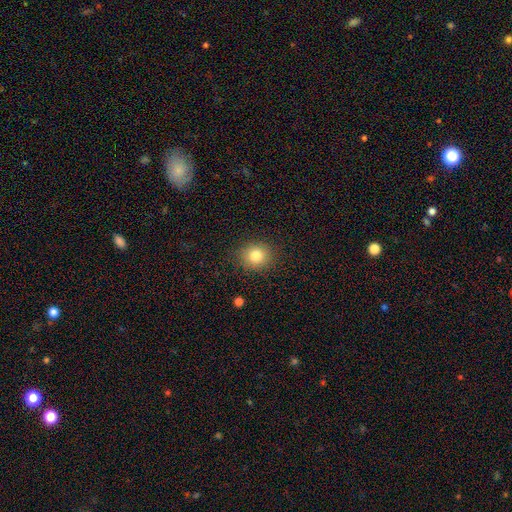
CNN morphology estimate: Smooth or featured? Predicted: smooth (p=0.81). How rounded? Predicted: round (p=0.78). Merging? Predicted: none (p=0.87).